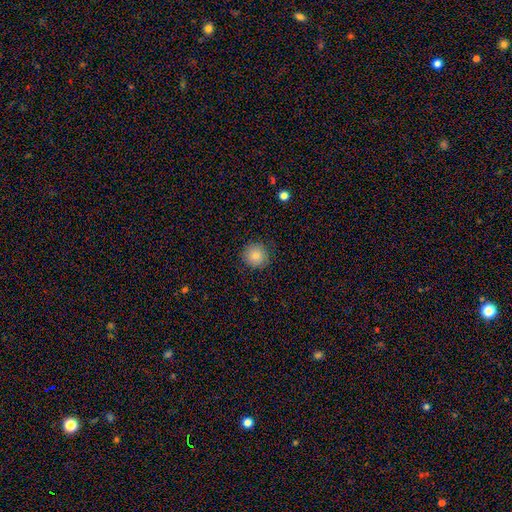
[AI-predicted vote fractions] Q: Smooth or featured?
A: smooth (84%); runner-up: star or artifact (10%)
Q: How rounded?
A: round (94%); runner-up: in between (5%)
Q: Merging?
A: none (89%); runner-up: minor disturbance (7%)